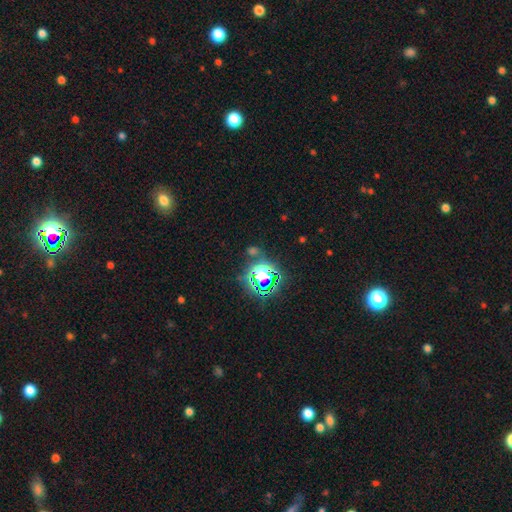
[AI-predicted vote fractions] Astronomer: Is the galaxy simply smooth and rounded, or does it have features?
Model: star or artifact — 73%.